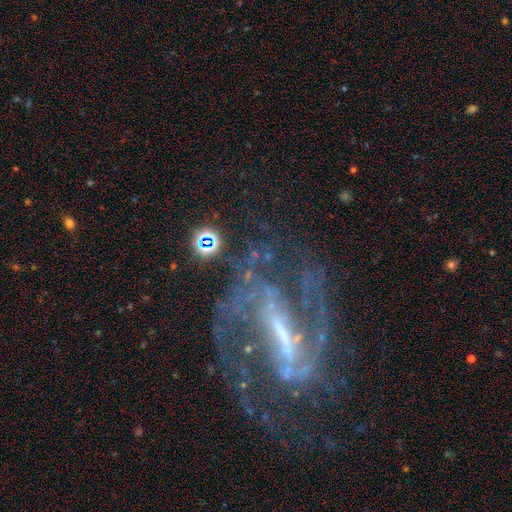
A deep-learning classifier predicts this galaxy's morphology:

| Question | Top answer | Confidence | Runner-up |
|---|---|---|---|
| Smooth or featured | featured or disk | 89% | star or artifact (7%) |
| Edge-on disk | no | 96% | yes (4%) |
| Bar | strong | 63% | weak (28%) |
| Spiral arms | yes | 96% | no (4%) |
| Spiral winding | medium | 55% | tight (27%) |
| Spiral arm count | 2 | 76% | can't tell (9%) |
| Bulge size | small | 48% | moderate (24%) |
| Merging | none | 63% | major disturbance (17%) |